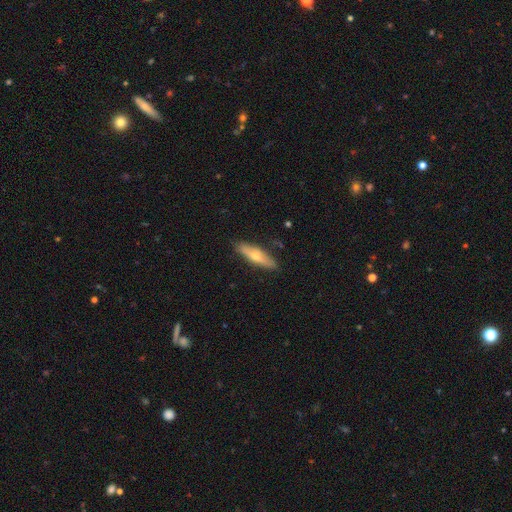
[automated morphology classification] A smooth galaxy with no disk features (49%). Merging: none (85%).